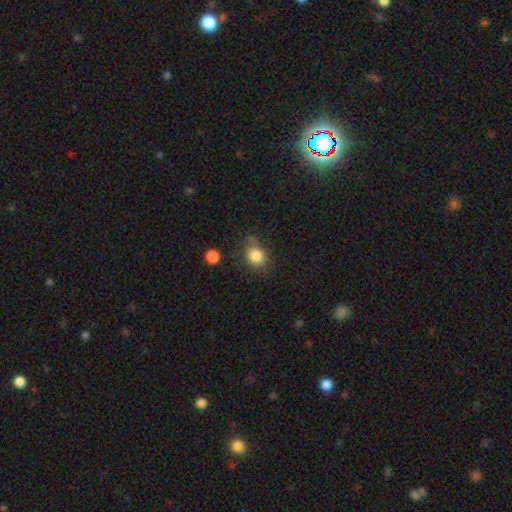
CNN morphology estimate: smooth_or_featured: smooth (p=0.83) [alt: star or artifact p=0.10]
how_rounded: round (p=0.63) [alt: in between p=0.35]
merging: none (p=0.63) [alt: minor disturbance p=0.24]